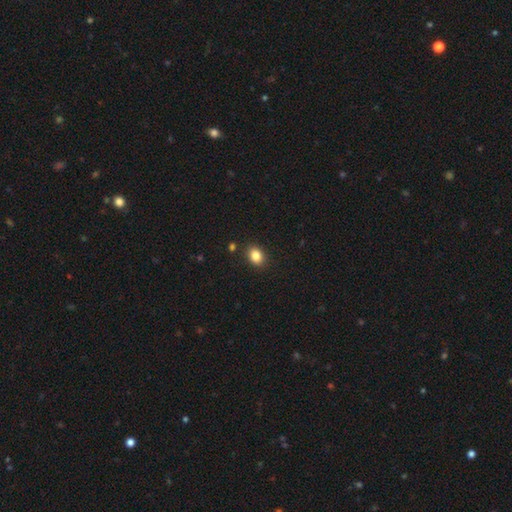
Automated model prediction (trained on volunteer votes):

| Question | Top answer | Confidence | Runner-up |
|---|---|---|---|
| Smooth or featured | smooth | 85% | star or artifact (10%) |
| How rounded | in between | 63% | round (36%) |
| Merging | none | 87% | minor disturbance (8%) |